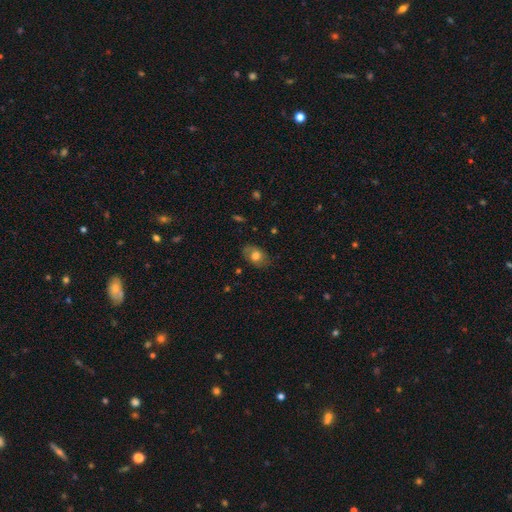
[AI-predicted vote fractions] Smooth or featured: smooth — 60% (featured or disk — 31%)
How rounded: in between — 79% (round — 20%)
Merging: none — 75% (minor disturbance — 19%)